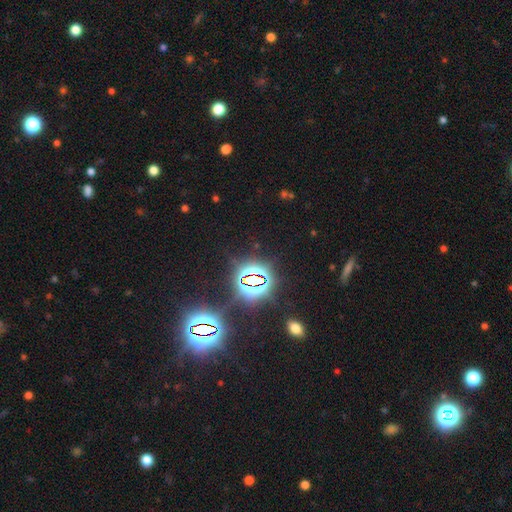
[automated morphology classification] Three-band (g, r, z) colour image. It shows a star or artifact, not a galaxy (80%).